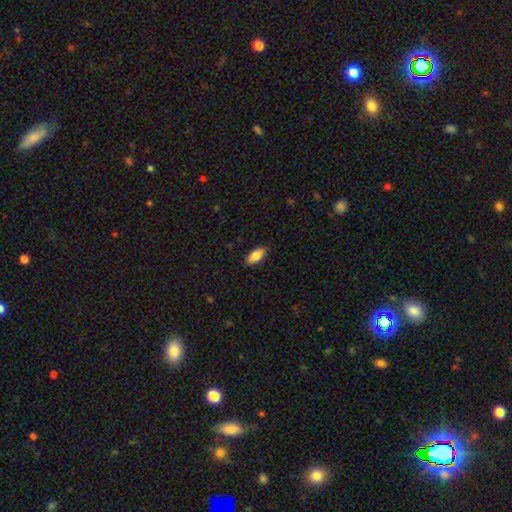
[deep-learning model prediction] Smooth or featured? smooth (86%)
How rounded? in between (88%)
Merging? none (88%)